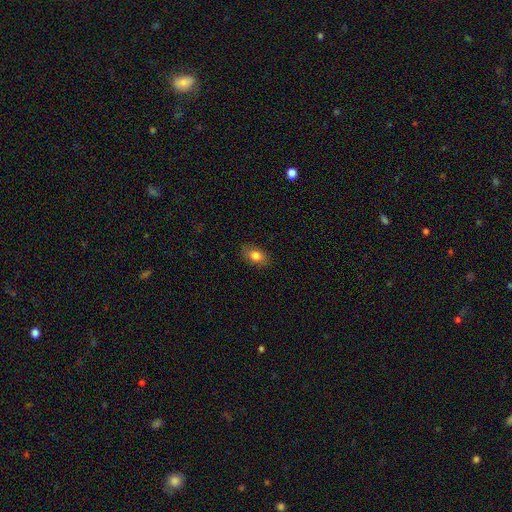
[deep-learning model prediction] This is likely a smooth galaxy (79%). How rounded: clearly in between (86%). Merging: clearly none (85%).